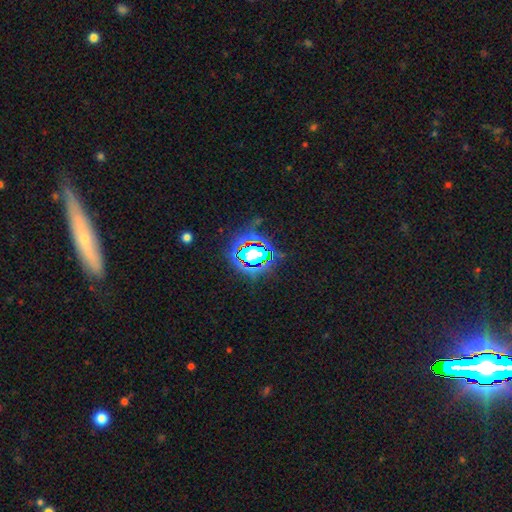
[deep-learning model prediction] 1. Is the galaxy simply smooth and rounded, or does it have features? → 79% star or artifact, 13% smooth, 8% featured or disk.